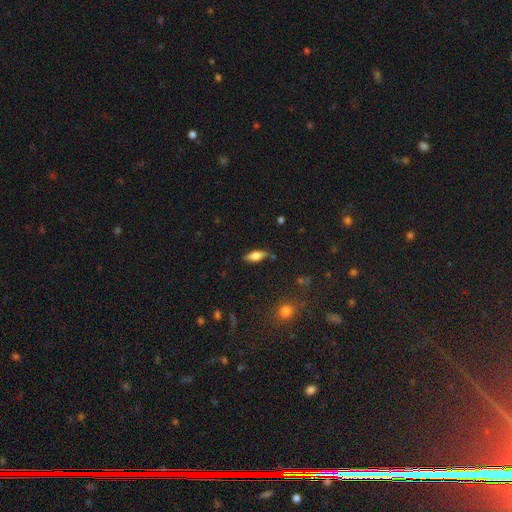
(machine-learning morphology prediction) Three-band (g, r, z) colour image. It shows a smooth galaxy with no disk features (65%) that is in between round and cigar-shaped (66%). Merging: none (81%).